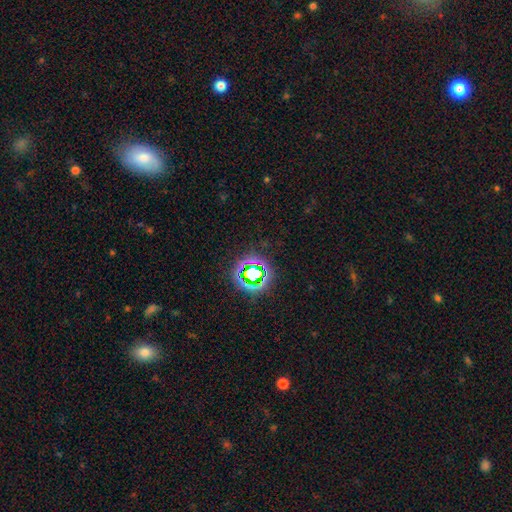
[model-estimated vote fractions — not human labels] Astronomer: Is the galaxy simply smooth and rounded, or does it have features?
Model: star or artifact — 74%.